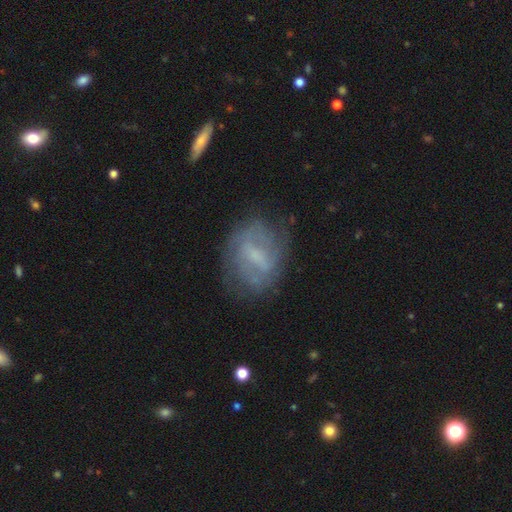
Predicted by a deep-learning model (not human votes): Overall: featured or disk (63%; smooth 28%). Edge-on disk: no (95%). Bar: weak (53%; strong 27%). Spiral arms: yes (66%; no 34%). Bulge size: small (45%; none 27%). Merging: none (67%).